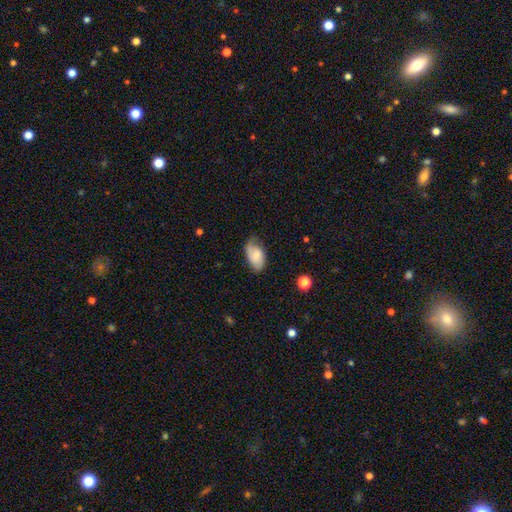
smooth_or_featured: smooth (p=0.62) [alt: featured or disk p=0.36]
how_rounded: in between (p=0.92) [alt: round p=0.08]
merging: none (p=0.45) [alt: minor disturbance p=0.42]